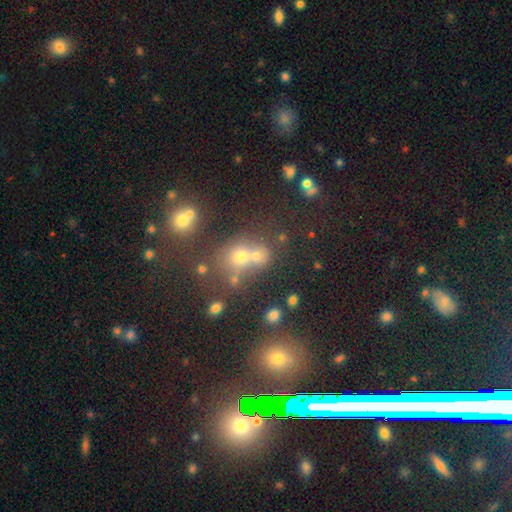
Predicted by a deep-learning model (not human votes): smooth-or-featured: smooth: 63% | star or artifact: 23% | featured or disk: 14%
  how-rounded: round: 64% | in between: 35% | cigar-shaped: 2%
  merging: merger: 46% | none: 40% | minor disturbance: 9% | major disturbance: 5%